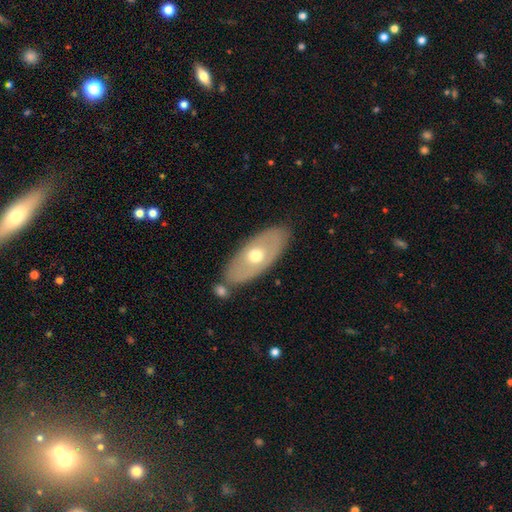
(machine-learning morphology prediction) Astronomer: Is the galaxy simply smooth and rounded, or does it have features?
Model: smooth — 49% (runner-up: featured or disk, 46%).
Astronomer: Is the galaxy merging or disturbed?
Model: none — 78%.